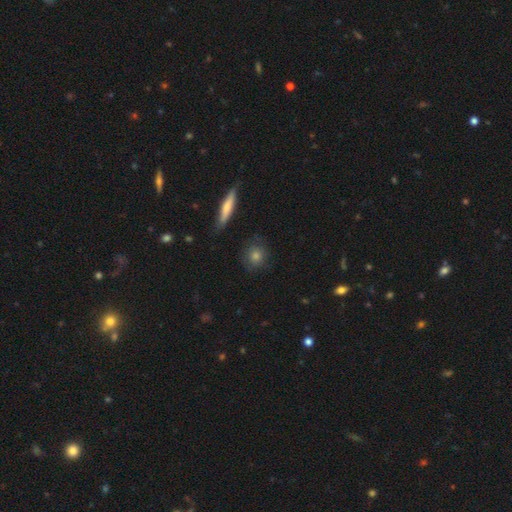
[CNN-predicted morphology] smooth-or-featured: smooth: 69% | featured or disk: 19% | star or artifact: 12%
  how-rounded: round: 78% | in between: 16% | cigar-shaped: 6%
  merging: none: 84% | minor disturbance: 11% | major disturbance: 3% | merger: 2%